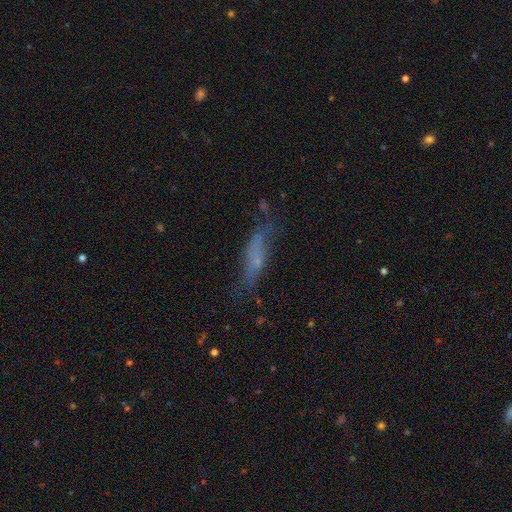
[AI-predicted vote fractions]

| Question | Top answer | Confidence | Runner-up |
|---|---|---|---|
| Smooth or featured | smooth | 51% | featured or disk (35%) |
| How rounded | cigar-shaped | 70% | in between (28%) |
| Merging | none | 55% | minor disturbance (26%) |